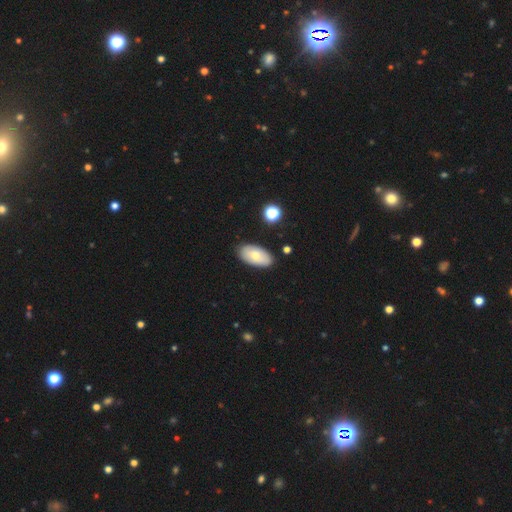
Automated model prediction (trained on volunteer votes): This is likely a smooth galaxy (71%). How rounded: clearly in between (94%). Merging: clearly none (84%).